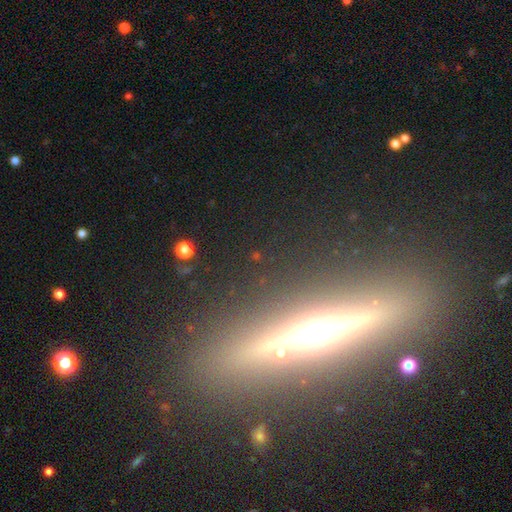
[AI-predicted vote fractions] featured or disk 71%, star or artifact 16%, smooth 13%. Down the decision tree: edge-on disk — yes (92%); edge-on bulge — rounded (89%); merging — none (87%).